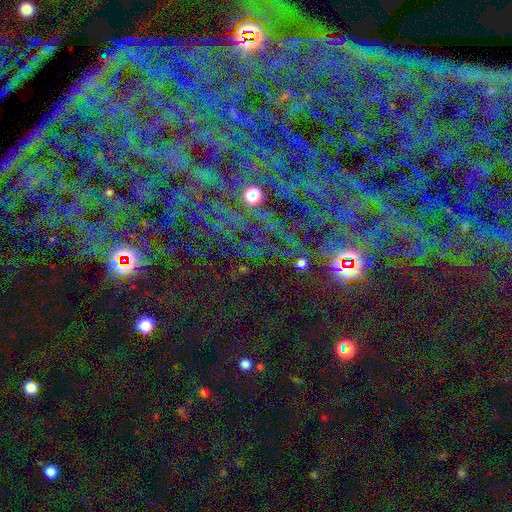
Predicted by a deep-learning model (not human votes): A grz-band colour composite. It shows a star or artifact, not a galaxy (78%).